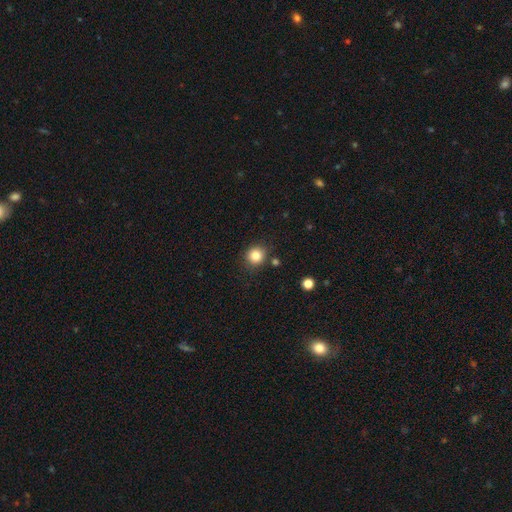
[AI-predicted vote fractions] A smooth galaxy with no disk features (83%) that is round (90%).

Vote fractions:
- Smooth or featured? smooth: 83% / star or artifact: 12% / featured or disk: 6%
- How rounded? round: 90% / in between: 9% / cigar-shaped: 1%
- Merging? none: 85% / minor disturbance: 9% / merger: 4% / major disturbance: 2%